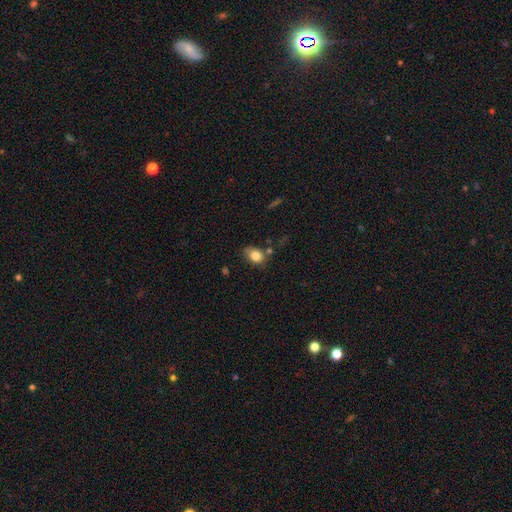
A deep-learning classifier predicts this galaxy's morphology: A smooth galaxy with no disk features (82%) that is in between round and cigar-shaped (66%).

Vote fractions:
- Smooth or featured? smooth: 82% / star or artifact: 9% / featured or disk: 9%
- How rounded? in between: 66% / round: 32% / cigar-shaped: 1%
- Merging? none: 62% / minor disturbance: 23% / merger: 8% / major disturbance: 6%